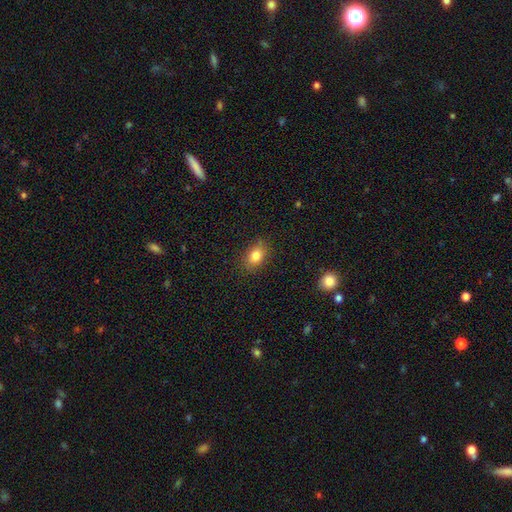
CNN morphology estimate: type=smooth (82%); roundness=in between (75%); merging=none (85%).